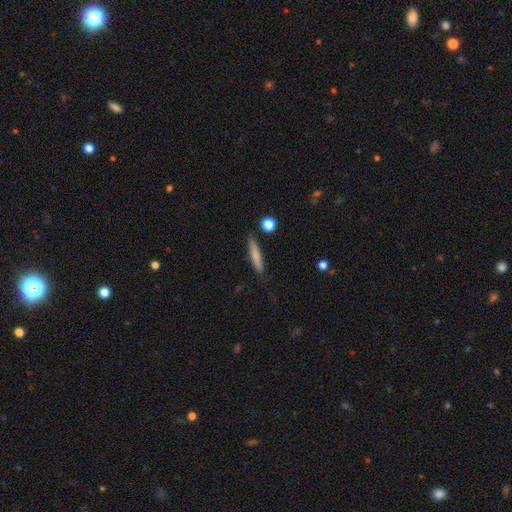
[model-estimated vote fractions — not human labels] Q: Smooth or featured?
A: smooth (74%); runner-up: featured or disk (20%)
Q: How rounded?
A: cigar-shaped (90%); runner-up: in between (9%)
Q: Merging?
A: none (83%); runner-up: minor disturbance (12%)